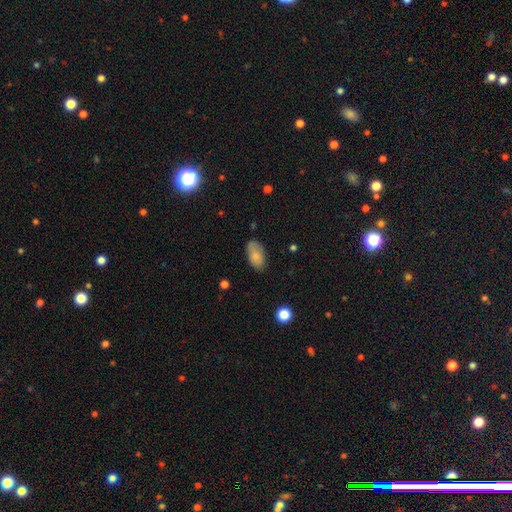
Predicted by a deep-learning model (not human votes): Morphology: type=smooth (82%); roundness=in between (93%); merging=none (75%).